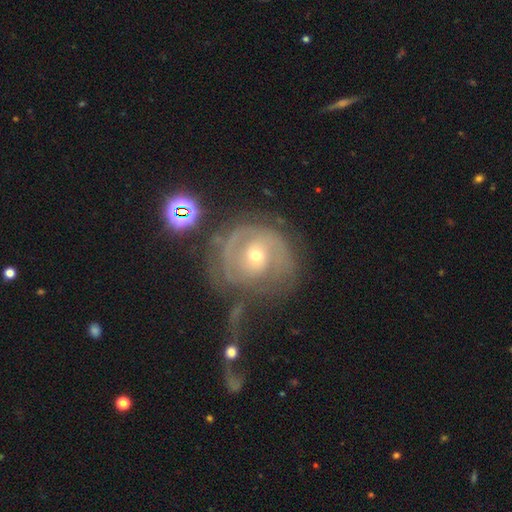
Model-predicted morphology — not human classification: The model was most divided on "spiral arm count": 2: 37%, can't tell: 34%, 3: 11%, 1: 9%, 4: 4%, more than 4: 4%. Remaining: edge-on disk — no (97%); spiral arms — yes (86%); smooth or featured — featured or disk (79%); bar — no (65%); spiral winding — tight (61%); bulge size — small (50%); merging — none (45%).